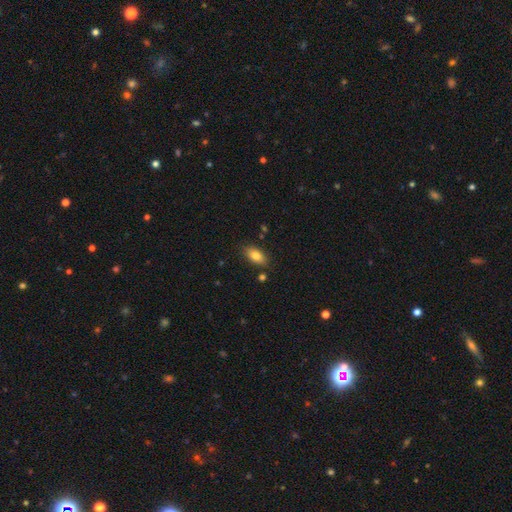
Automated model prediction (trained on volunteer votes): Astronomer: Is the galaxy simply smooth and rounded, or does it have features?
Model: smooth — 81%.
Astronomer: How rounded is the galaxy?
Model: in between — 90%.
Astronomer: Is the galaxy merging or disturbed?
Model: none — 84%.